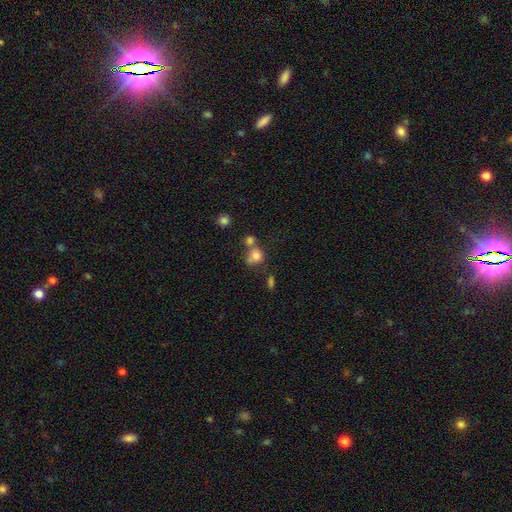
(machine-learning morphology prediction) This is likely a smooth galaxy (77%). How rounded: likely round (76%). Merging: marginally none (43%).